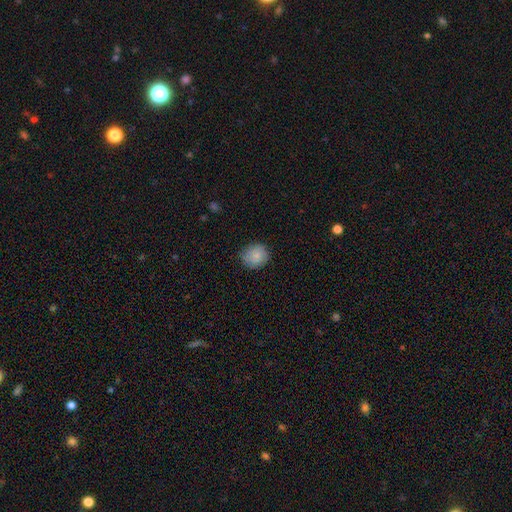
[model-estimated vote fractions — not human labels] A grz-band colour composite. It shows a smooth galaxy with no disk features (85%) that is round (77%). Merging: none (82%).